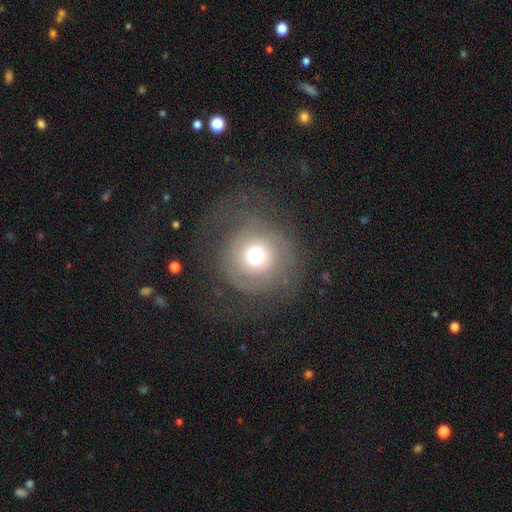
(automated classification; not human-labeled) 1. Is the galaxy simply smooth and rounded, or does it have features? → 51% smooth, 36% featured or disk, 13% star or artifact.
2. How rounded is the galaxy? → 92% round, 7% in between, 1% cigar-shaped.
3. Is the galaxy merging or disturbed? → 56% none, 27% major disturbance, 15% minor disturbance, 2% merger.